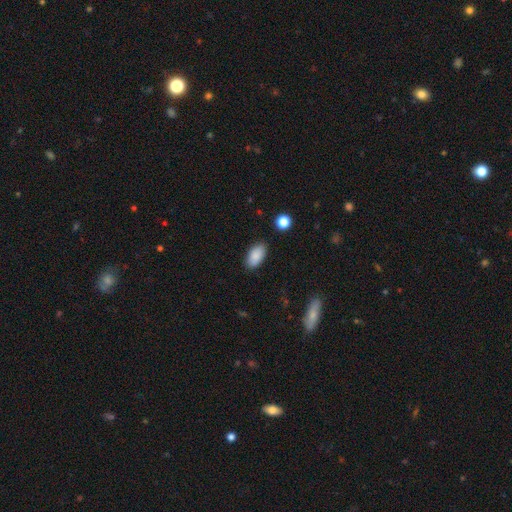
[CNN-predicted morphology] type=smooth (87%); roundness=in between (94%); merging=none (85%).